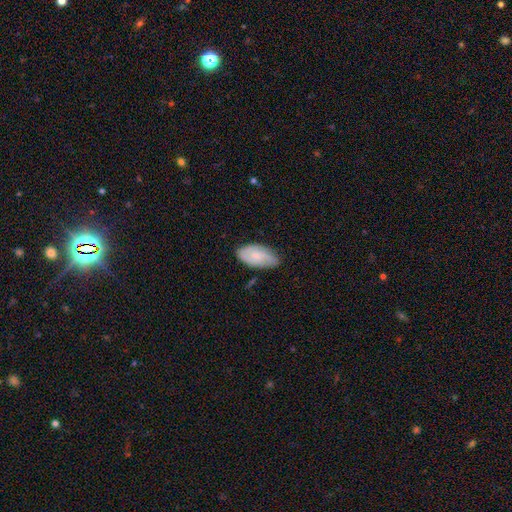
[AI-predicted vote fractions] Smooth or featured? Predicted: smooth (p=0.57). How rounded? Predicted: in between (p=0.93). Merging? Predicted: none (p=0.73).